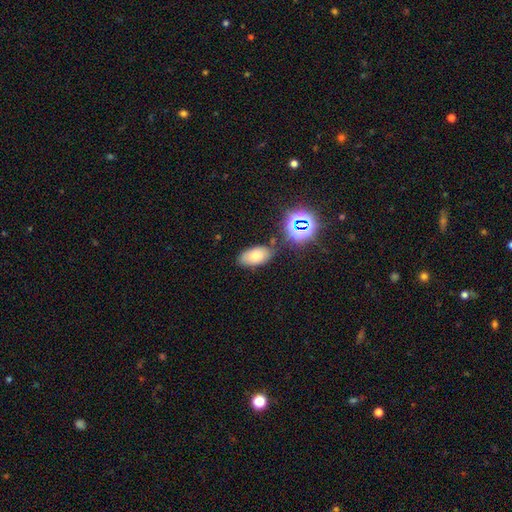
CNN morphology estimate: Overall: smooth (64%). How rounded: in between (90%). Merging: none (78%).